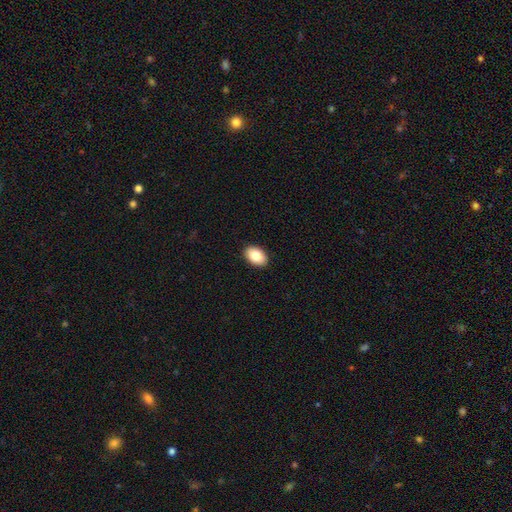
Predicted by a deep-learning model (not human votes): Smooth or featured? smooth (84%)
How rounded? in between (88%)
Merging? none (91%)